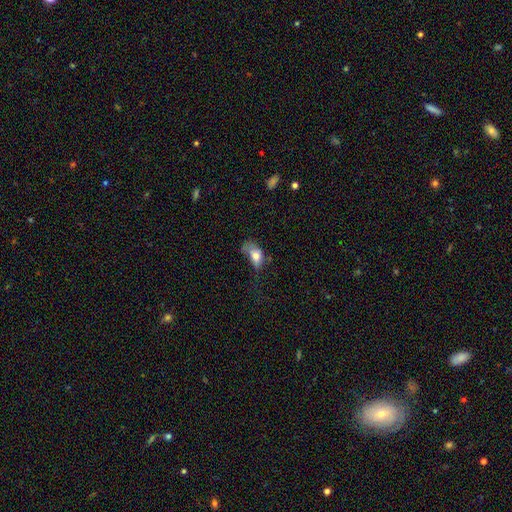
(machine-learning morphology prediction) smooth_or_featured: smooth (p=0.70) [alt: featured or disk p=0.21]
how_rounded: in between (p=0.86) [alt: round p=0.11]
merging: major disturbance (p=0.45) [alt: minor disturbance p=0.28]